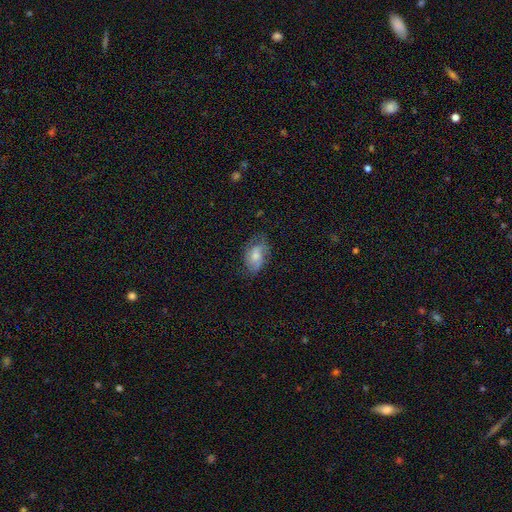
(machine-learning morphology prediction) Q: Smooth or featured?
A: smooth (49%); runner-up: featured or disk (43%)
Q: Merging?
A: none (55%); runner-up: minor disturbance (29%)